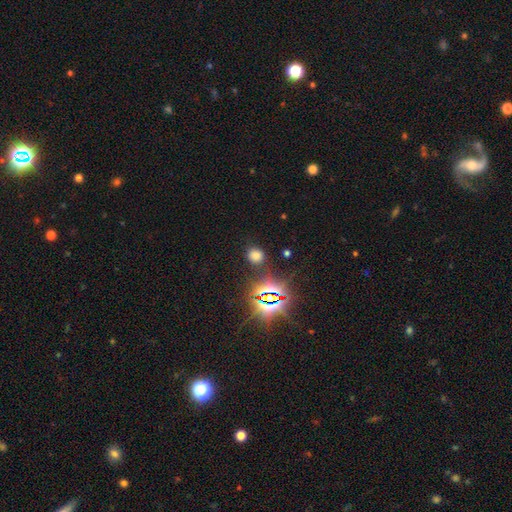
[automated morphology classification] Q: Smooth or featured?
A: smooth (63%); runner-up: star or artifact (31%)
Q: How rounded?
A: round (76%); runner-up: in between (23%)
Q: Merging?
A: none (84%); runner-up: minor disturbance (10%)